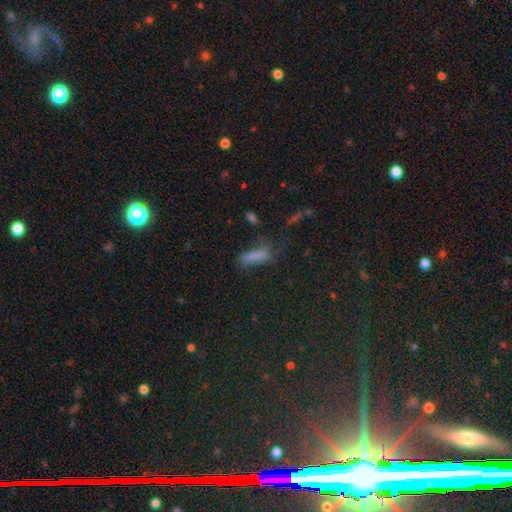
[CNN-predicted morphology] smooth_or_featured: smooth (p=0.69) [alt: star or artifact p=0.18]
how_rounded: cigar-shaped (p=0.50) [alt: in between p=0.46]
merging: none (p=0.43) [alt: minor disturbance p=0.26]